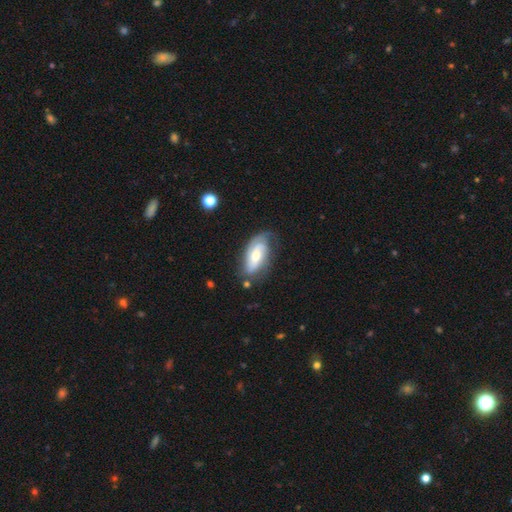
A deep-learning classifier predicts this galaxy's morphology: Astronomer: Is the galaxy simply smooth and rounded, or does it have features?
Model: featured or disk — 66%.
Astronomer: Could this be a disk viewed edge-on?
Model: no — 90%.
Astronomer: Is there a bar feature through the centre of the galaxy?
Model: no — 47% (runner-up: weak, 36%).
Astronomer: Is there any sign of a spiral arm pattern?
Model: yes — 88%.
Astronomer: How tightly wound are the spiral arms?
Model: tight — 42% (runner-up: medium, 37%).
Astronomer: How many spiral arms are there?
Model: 2 — 53%.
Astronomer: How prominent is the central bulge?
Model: moderate — 59%.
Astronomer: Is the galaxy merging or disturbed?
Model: none — 62%.